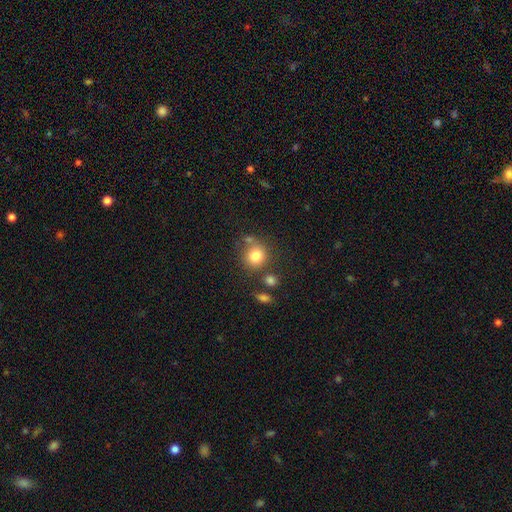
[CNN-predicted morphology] Smooth or featured?
  - smooth: 80% *
  - star or artifact: 11%
  - featured or disk: 9%
How rounded?
  - round: 88% *
  - in between: 11%
  - cigar-shaped: 1%
Merging?
  - none: 66% *
  - merger: 15%
  - minor disturbance: 13%
  - major disturbance: 5%